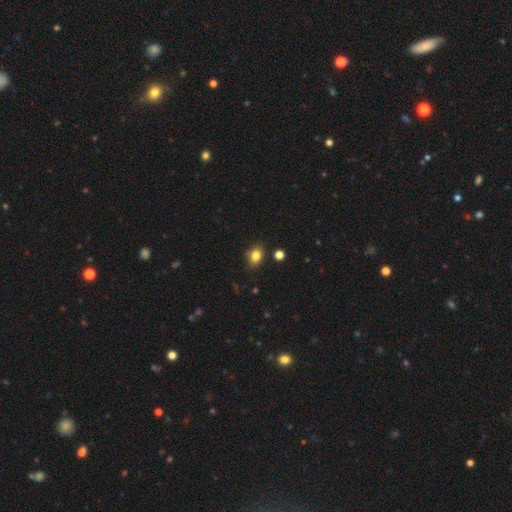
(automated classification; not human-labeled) The model was most divided on "how rounded": in between: 62%, round: 37%, cigar-shaped: 1%. More confident: smooth or featured — smooth (81%); merging — none (79%).